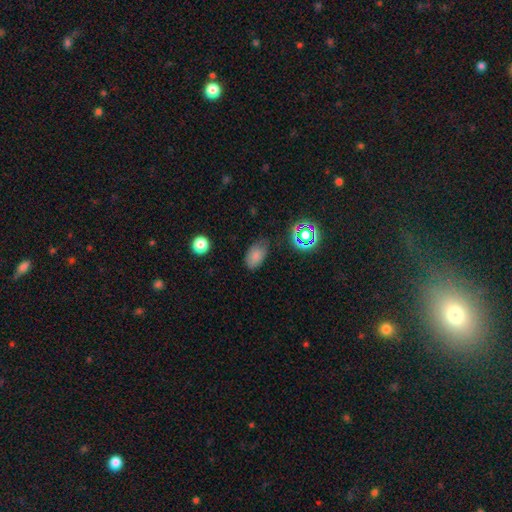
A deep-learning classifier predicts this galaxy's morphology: A smooth galaxy with no disk features (78%) that is in between round and cigar-shaped (89%). Merging: none (72%).